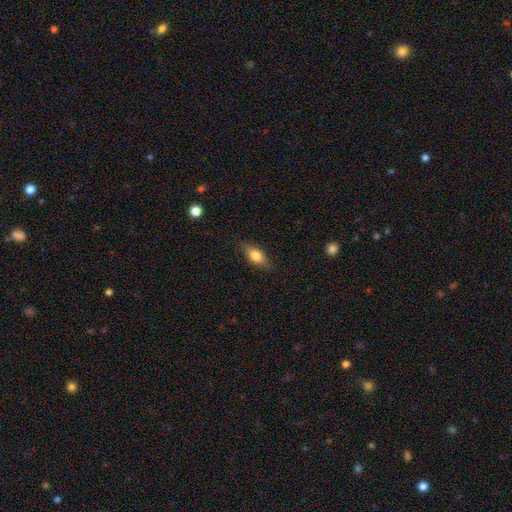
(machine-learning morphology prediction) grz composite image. It shows a smooth galaxy with no disk features (77%) that is in between round and cigar-shaped (80%). Merging: none (82%).